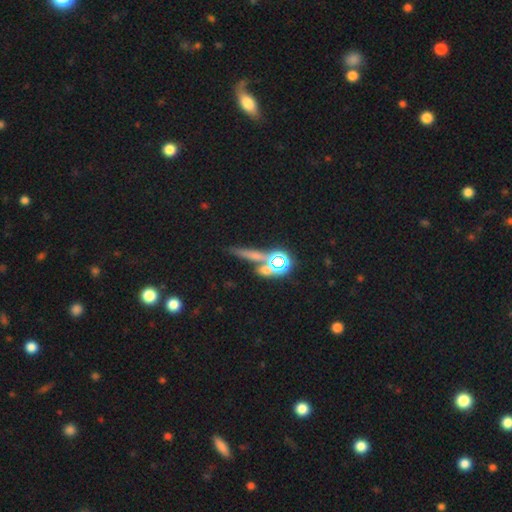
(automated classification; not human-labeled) This is marginally a smooth galaxy (45%). Merging: likely none (64%).